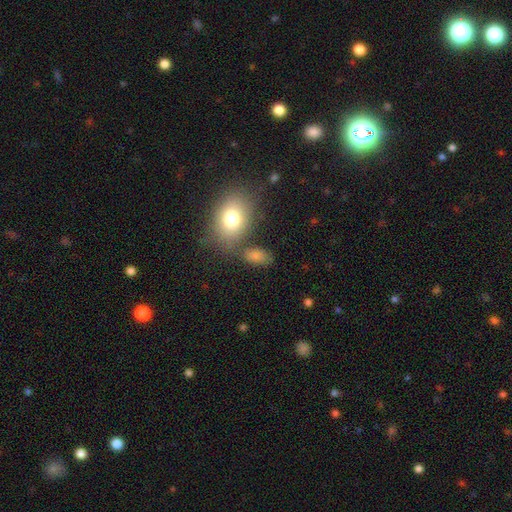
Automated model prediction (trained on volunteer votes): A smooth galaxy with no disk features (80%) that is in between round and cigar-shaped (87%).

Vote fractions:
- Smooth or featured? smooth: 80% / star or artifact: 11% / featured or disk: 9%
- How rounded? in between: 87% / round: 10% / cigar-shaped: 3%
- Merging? none: 64% / minor disturbance: 16% / merger: 13% / major disturbance: 7%